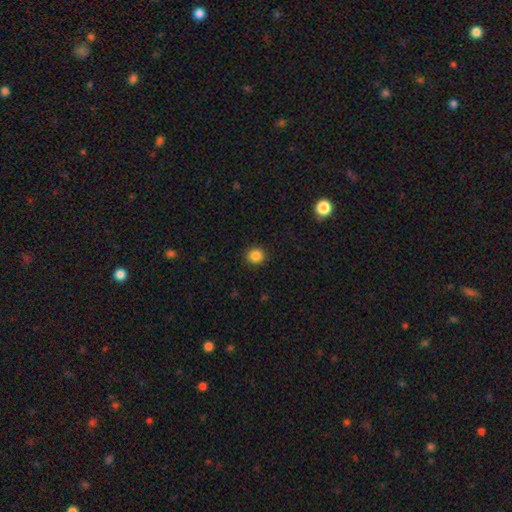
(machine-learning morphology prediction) This appears to be a smooth galaxy with no disk features (86%) that is round (88%). Merging: none (91%).